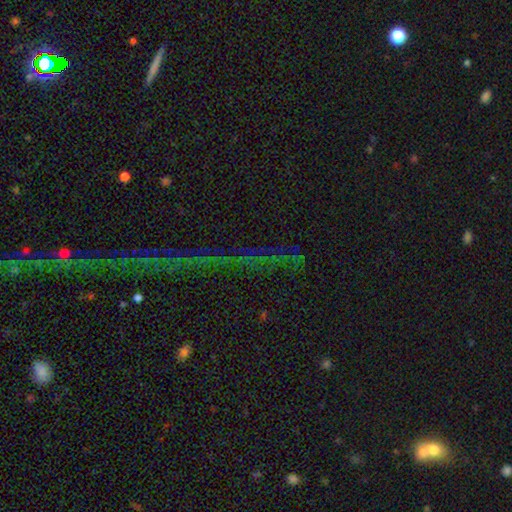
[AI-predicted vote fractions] Smooth or featured? Predicted: star or artifact (p=0.79).